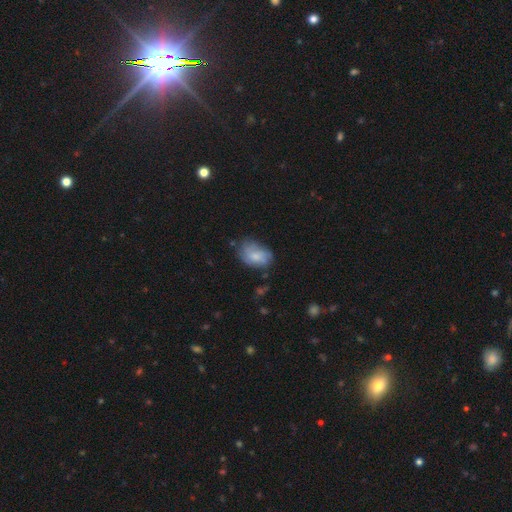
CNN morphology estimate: The model was most divided on "merging": none: 54%, minor disturbance: 31%, major disturbance: 12%, merger: 3%. More confident: how rounded — in between (84%); smooth or featured — smooth (67%).